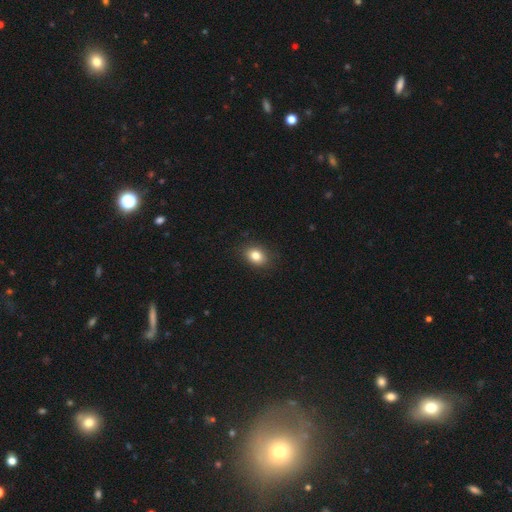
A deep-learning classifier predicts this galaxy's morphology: type=smooth (83%); roundness=in between (70%); merging=none (87%).